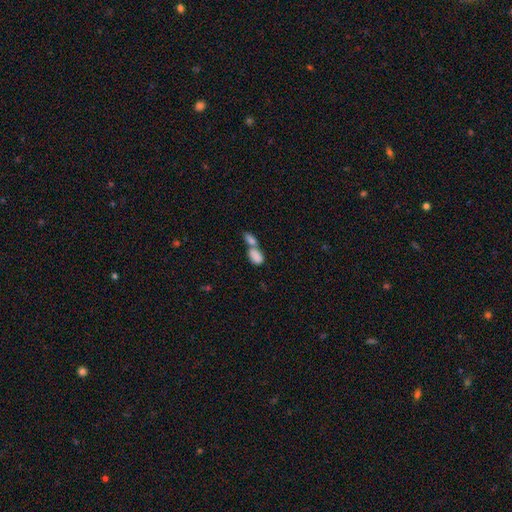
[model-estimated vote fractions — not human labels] Smooth or featured?
  - smooth: 83% *
  - featured or disk: 9%
  - star or artifact: 7%
How rounded?
  - in between: 90% *
  - round: 7%
  - cigar-shaped: 3%
Merging?
  - merger: 68% *
  - none: 20%
  - minor disturbance: 7%
  - major disturbance: 4%